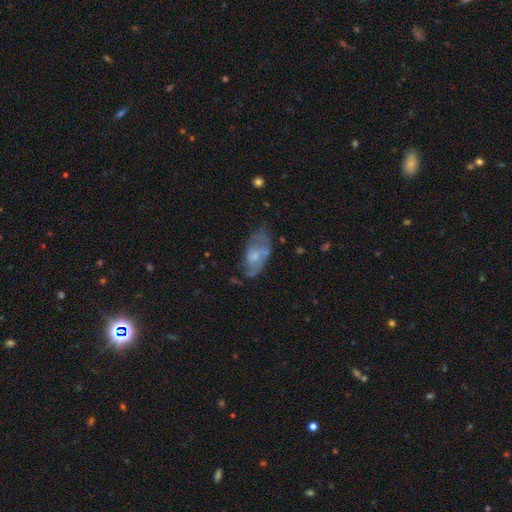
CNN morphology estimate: This is possibly a featured or disk galaxy (47%). Merging: marginally none (40%).